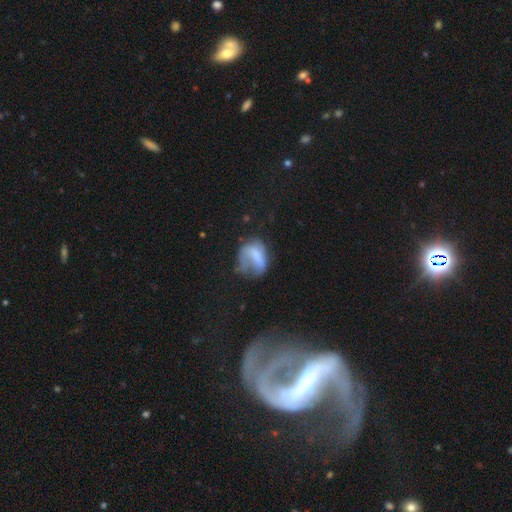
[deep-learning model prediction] Smooth or featured: smooth — 53% (featured or disk — 37%)
How rounded: in between — 59% (round — 39%)
Merging: major disturbance — 39% (none — 29%)